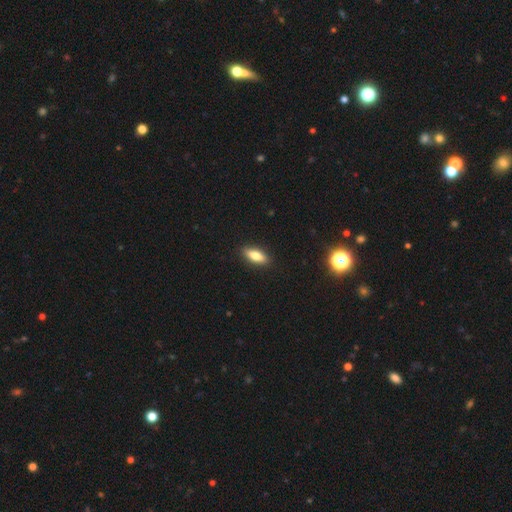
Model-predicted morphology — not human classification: Smooth or featured? Predicted: smooth (p=0.78). How rounded? Predicted: in between (p=0.75). Merging? Predicted: none (p=0.89).